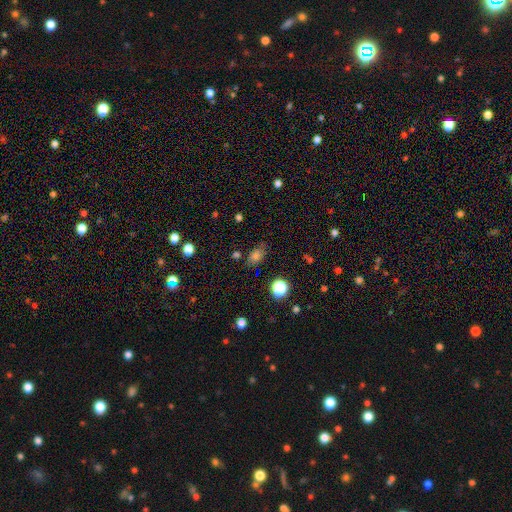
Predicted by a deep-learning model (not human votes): This is likely a smooth galaxy (72%). How rounded: likely in between (72%). Merging: likely none (71%).